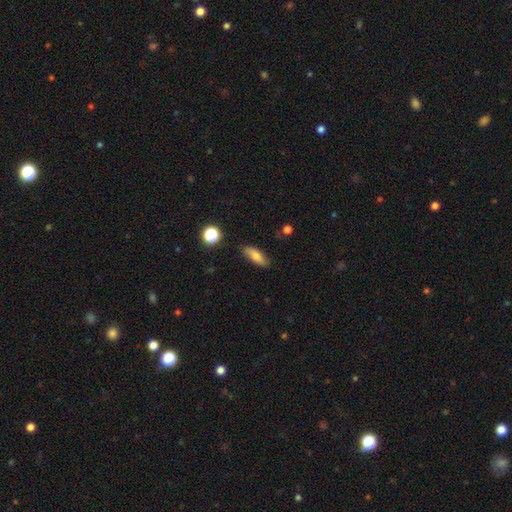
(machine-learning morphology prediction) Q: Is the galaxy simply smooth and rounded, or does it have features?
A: smooth — 75%.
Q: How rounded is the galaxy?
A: in between — 65%.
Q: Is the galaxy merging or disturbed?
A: none — 83%.